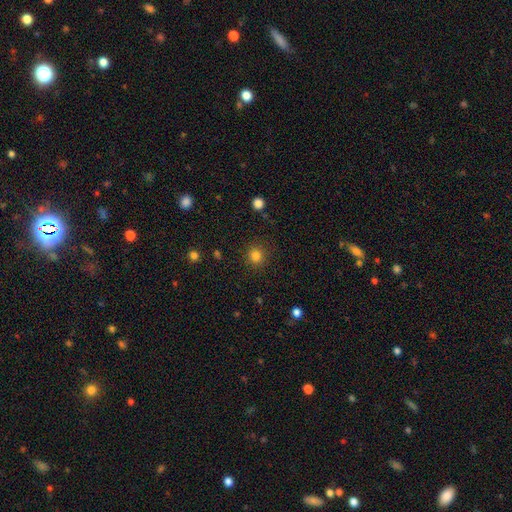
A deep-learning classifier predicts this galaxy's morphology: The model was most divided on "smooth or featured": smooth: 82%, star or artifact: 13%, featured or disk: 5%. More confident: how rounded — round (90%); merging — none (90%).